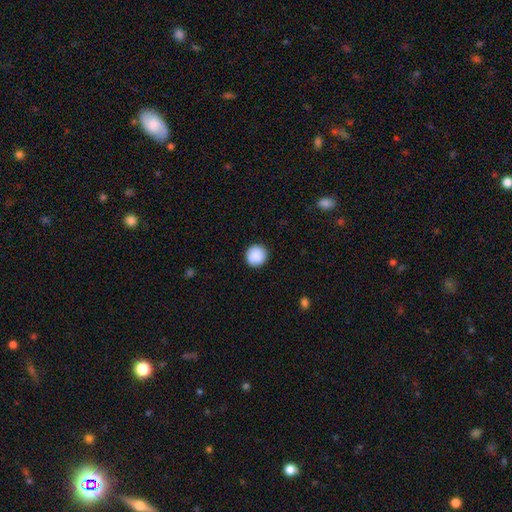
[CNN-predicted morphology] Smooth or featured?
  - smooth: 89% *
  - star or artifact: 8%
  - featured or disk: 3%
How rounded?
  - round: 95% *
  - in between: 4%
  - cigar-shaped: 1%
Merging?
  - none: 92% *
  - minor disturbance: 5%
  - major disturbance: 2%
  - merger: 1%